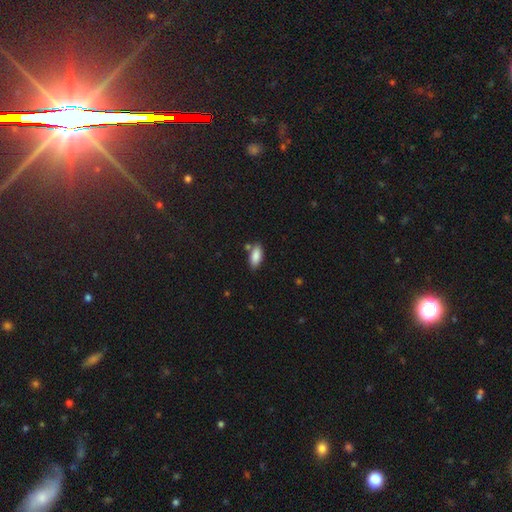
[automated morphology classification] smooth-or-featured: smooth: 87% | star or artifact: 7% | featured or disk: 6%
  how-rounded: in between: 87% | cigar-shaped: 11% | round: 2%
  merging: none: 73% | minor disturbance: 15% | merger: 9% | major disturbance: 3%